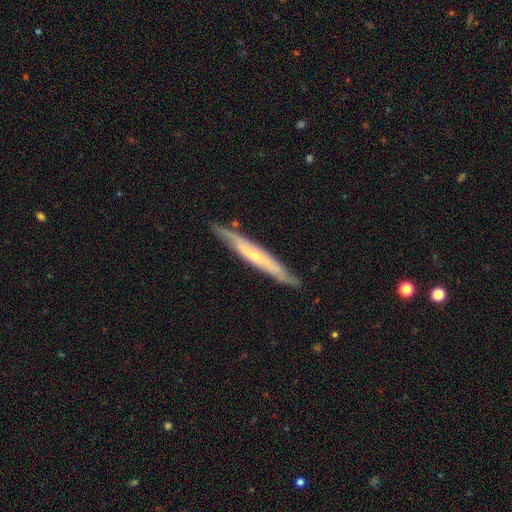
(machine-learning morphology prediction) featured or disk 65%, smooth 30%, star or artifact 6%. Down the decision tree: edge-on disk — yes (84%); edge-on bulge — none (52%); merging — none (83%).